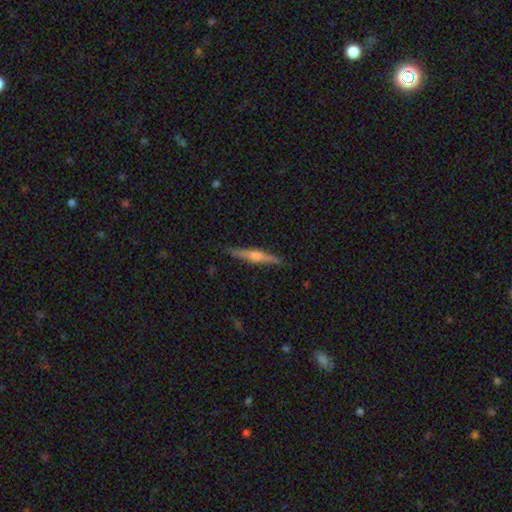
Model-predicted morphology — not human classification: Smooth or featured?
  - featured or disk: 70% *
  - smooth: 24%
  - star or artifact: 6%
Edge-on disk?
  - yes: 98% *
  - no: 2%
Edge-on bulge?
  - rounded: 83% *
  - boxy: 11%
  - none: 6%
Merging?
  - none: 90% *
  - minor disturbance: 8%
  - major disturbance: 2%
  - merger: 1%